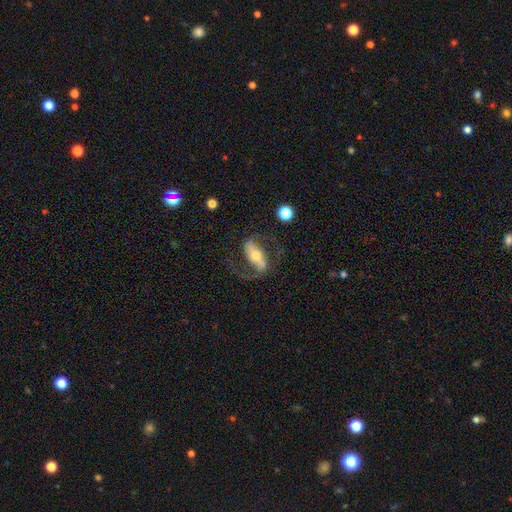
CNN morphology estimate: A featured or disk galaxy (79%) with a strong bar (56%), 2 (83%) loose (45%) spiral arms (89%) and a moderate central bulge (57%). Merging: none (62%).